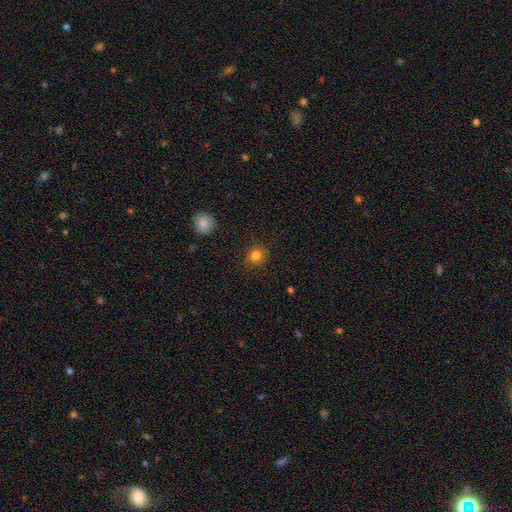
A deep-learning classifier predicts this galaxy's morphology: This is clearly a smooth galaxy (82%). How rounded: clearly round (82%). Merging: clearly none (87%).